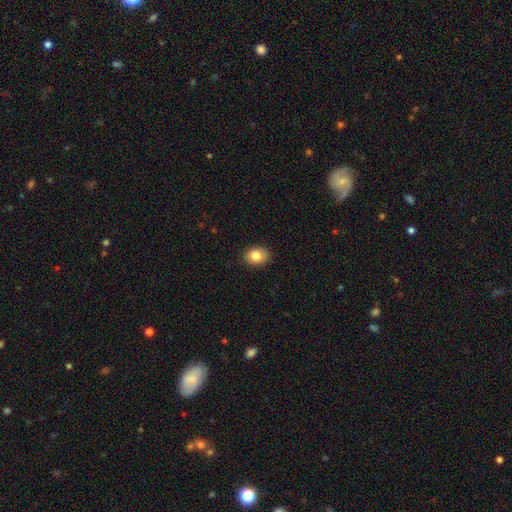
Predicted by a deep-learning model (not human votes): A smooth galaxy with no disk features (83%) that is in between round and cigar-shaped (61%). Merging: none (89%).